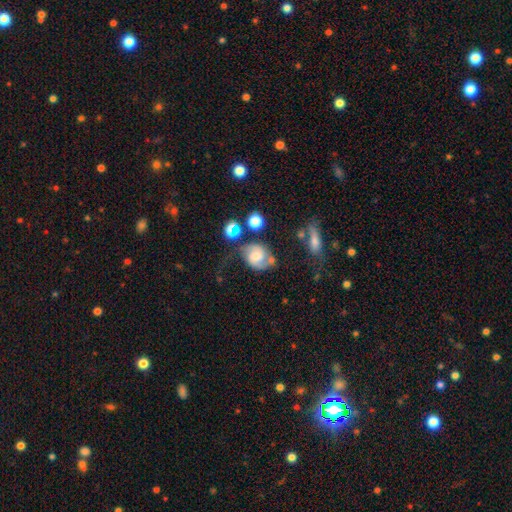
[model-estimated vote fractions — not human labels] smooth-or-featured: featured or disk: 65% | smooth: 25% | star or artifact: 10%
  disk-edge-on: no: 97% | yes: 3%
    bar: no: 52% | weak: 39% | strong: 9%
    has-spiral-arms: yes: 90% | no: 10%
      spiral-winding: medium: 48% | loose: 27% | tight: 25%
      spiral-arm-count: 2: 84% | can't tell: 8% | 1: 4% | 3: 1% | 4: 1% | more than 4: 1%
    bulge-size: moderate: 43% | small: 32% | none: 12% | large: 11% | dominant: 2%
  merging: none: 50% | minor disturbance: 23% | major disturbance: 15% | merger: 12%